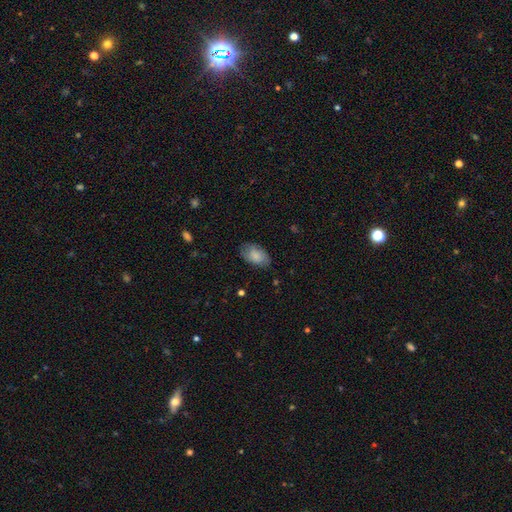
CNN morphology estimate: smooth-or-featured: smooth: 79% | featured or disk: 14% | star or artifact: 7%
  how-rounded: in between: 92% | round: 6% | cigar-shaped: 2%
  merging: none: 75% | minor disturbance: 19% | major disturbance: 5% | merger: 1%